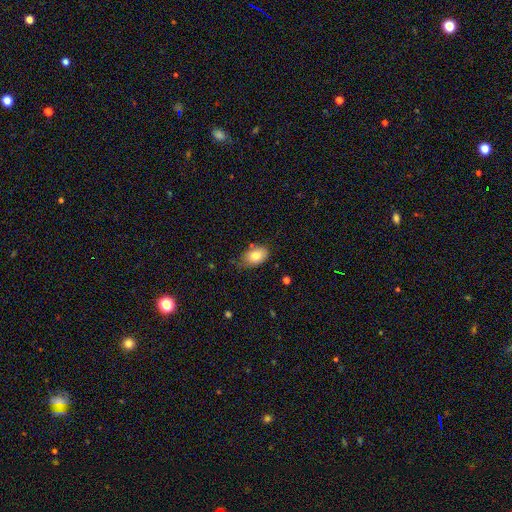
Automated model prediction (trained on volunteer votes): Smooth or featured: smooth — 81% (featured or disk — 11%)
How rounded: in between — 86% (round — 13%)
Merging: none — 67% (minor disturbance — 26%)